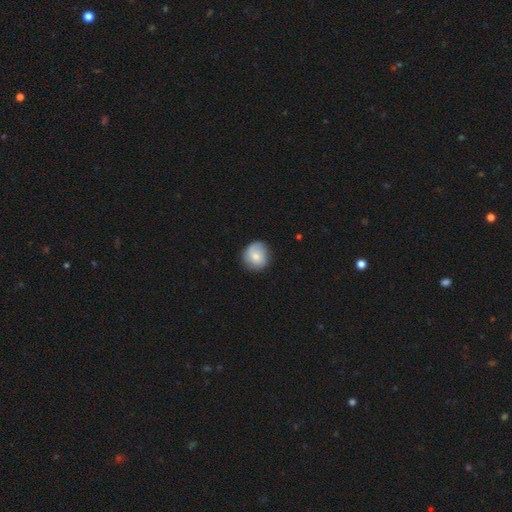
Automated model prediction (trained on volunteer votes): smooth_or_featured: smooth (p=0.69) [alt: featured or disk p=0.23]
how_rounded: round (p=0.83) [alt: in between p=0.16]
merging: none (p=0.77) [alt: minor disturbance p=0.17]